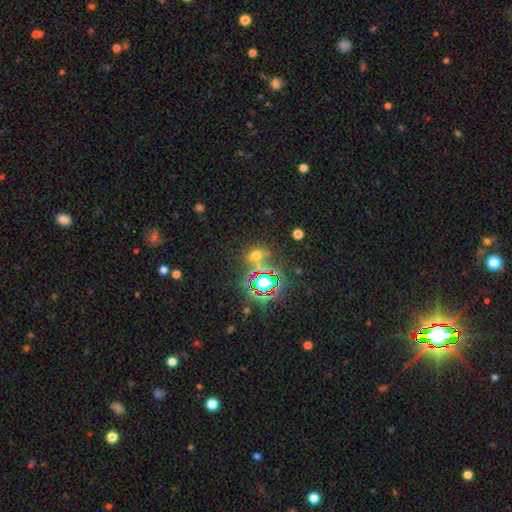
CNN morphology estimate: Smooth or featured?
  - star or artifact: 45% *
  - smooth: 44%
  - featured or disk: 10%